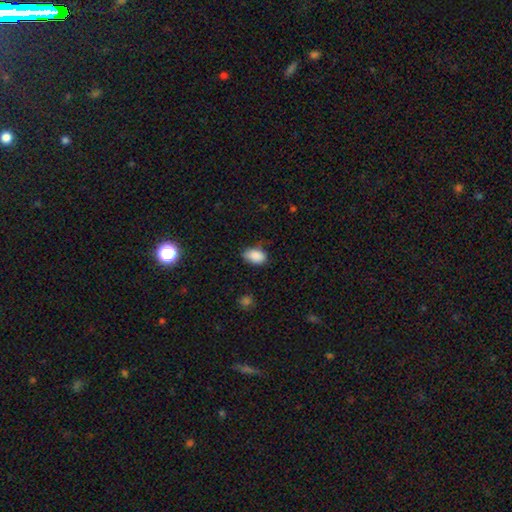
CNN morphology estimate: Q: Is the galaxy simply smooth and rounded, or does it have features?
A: smooth — 88%.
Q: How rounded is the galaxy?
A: in between — 89%.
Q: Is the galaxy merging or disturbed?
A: none — 66%.